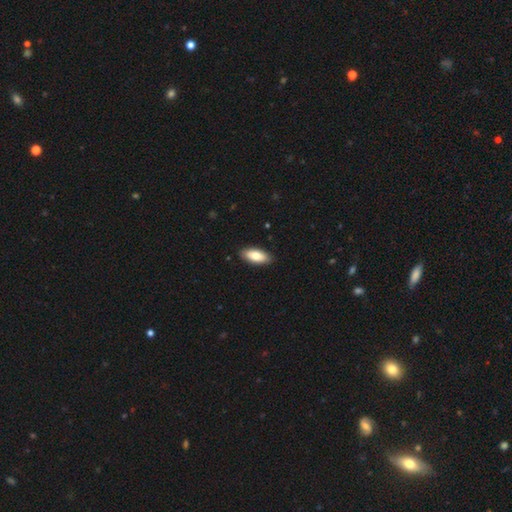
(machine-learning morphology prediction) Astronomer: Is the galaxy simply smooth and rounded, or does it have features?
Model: smooth — 80%.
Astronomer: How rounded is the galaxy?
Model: in between — 86%.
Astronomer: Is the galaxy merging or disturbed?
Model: none — 89%.